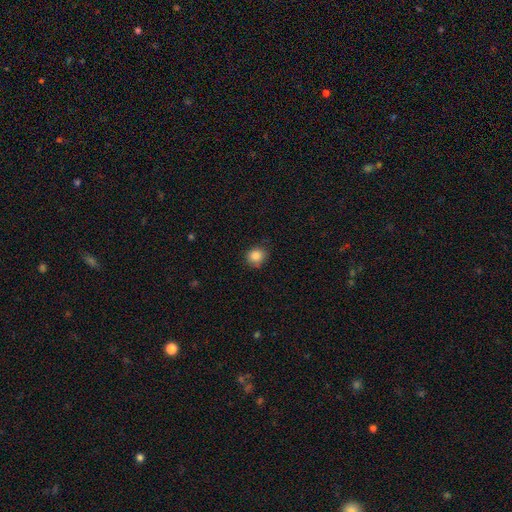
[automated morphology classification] The model was most divided on "how rounded": round: 81%, in between: 18%, cigar-shaped: 1%. More confident: smooth or featured — smooth (87%); merging — none (80%).